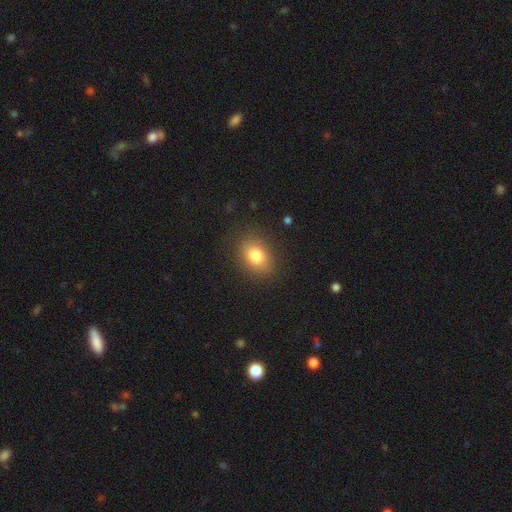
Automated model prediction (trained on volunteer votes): Q: Smooth or featured?
A: smooth (80%); runner-up: star or artifact (10%)
Q: How rounded?
A: in between (67%); runner-up: round (32%)
Q: Merging?
A: none (84%); runner-up: minor disturbance (11%)